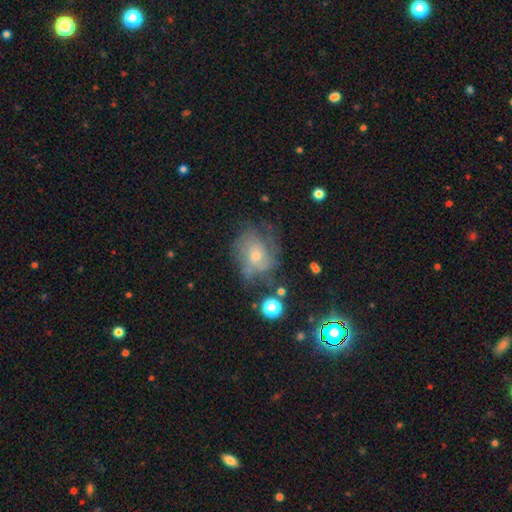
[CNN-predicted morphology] Smooth or featured? featured or disk (56%)
Edge-on disk? no (96%)
Bar? no (79%)
Spiral arms? yes (76%)
Bulge size? small (58%)
Merging? none (55%)